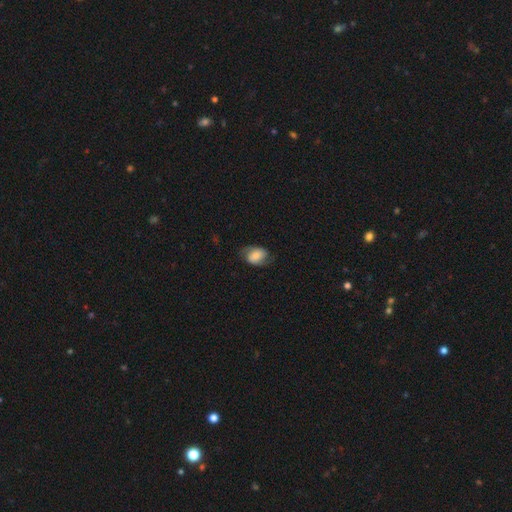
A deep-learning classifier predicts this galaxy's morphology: Overall: smooth (54%; featured or disk 38%). How rounded: in between (76%). Merging: none (65%).